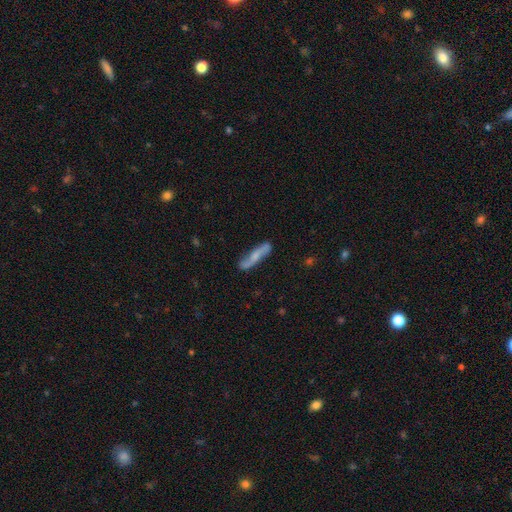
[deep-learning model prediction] Q: Smooth or featured?
A: featured or disk (53%); runner-up: smooth (41%)
Q: Edge-on disk?
A: no (57%); runner-up: yes (43%)
Q: Merging?
A: none (76%); runner-up: minor disturbance (17%)